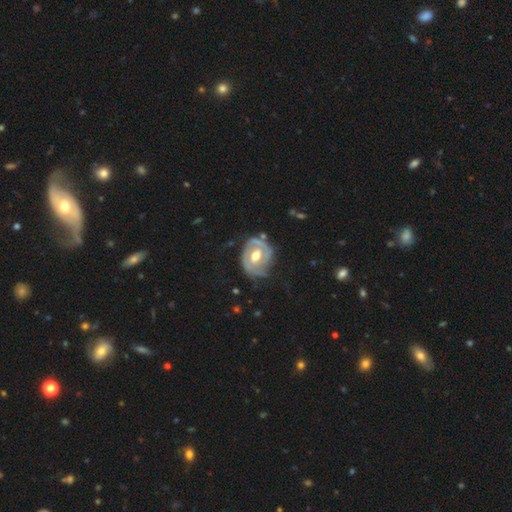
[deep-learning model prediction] smooth_or_featured: featured or disk (p=0.80) [alt: smooth p=0.16]
disk_edge_on: no (p=0.97) [alt: yes p=0.03]
bar: no (p=0.47) [alt: weak p=0.40]
has_spiral_arms: yes (p=0.79) [alt: no p=0.21]
spiral_winding: tight (p=0.62) [alt: medium p=0.28]
spiral_arm_count: 2 (p=0.52) [alt: can't tell p=0.21]
bulge_size: moderate (p=0.70) [alt: large p=0.21]
merging: none (p=0.60) [alt: minor disturbance p=0.27]